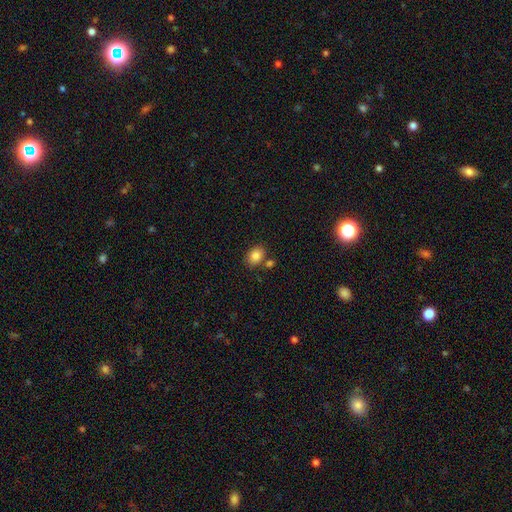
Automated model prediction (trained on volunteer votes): This is clearly a smooth galaxy (85%). How rounded: likely in between (70%). Merging: likely none (72%).